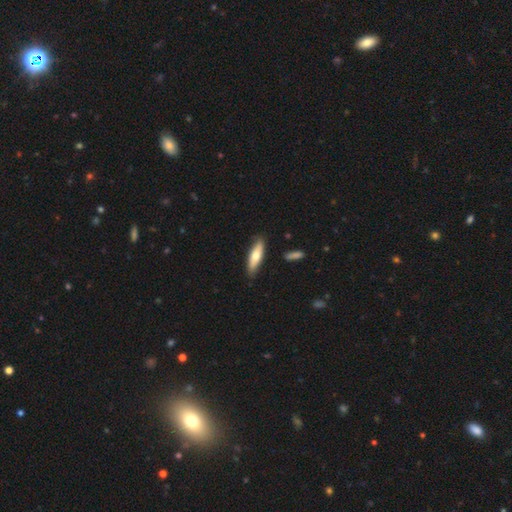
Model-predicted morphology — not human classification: Smooth or featured?
  - smooth: 64% *
  - featured or disk: 30%
  - star or artifact: 5%
How rounded?
  - cigar-shaped: 62% *
  - in between: 37%
  - round: 2%
Merging?
  - none: 83% *
  - minor disturbance: 13%
  - merger: 2%
  - major disturbance: 2%